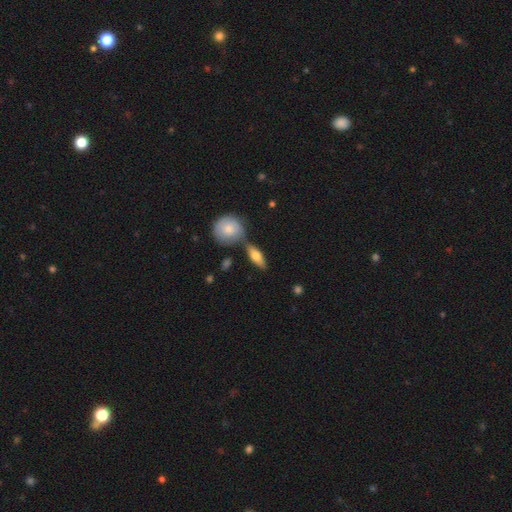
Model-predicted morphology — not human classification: Smooth or featured?
  - smooth: 66% *
  - featured or disk: 28%
  - star or artifact: 7%
How rounded?
  - in between: 64% *
  - cigar-shaped: 30%
  - round: 6%
Merging?
  - none: 67% *
  - merger: 17%
  - minor disturbance: 13%
  - major disturbance: 4%